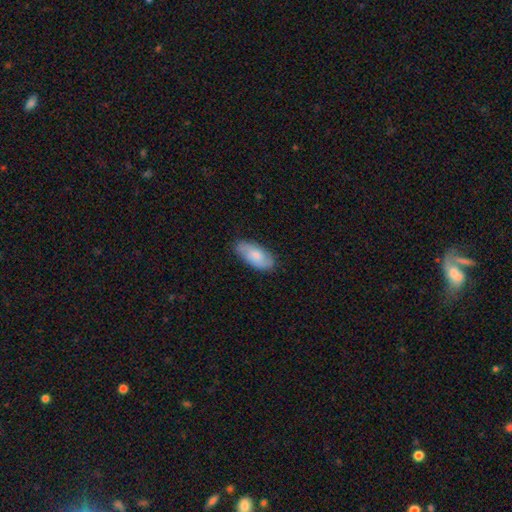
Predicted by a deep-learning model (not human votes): The model was most divided on "smooth or featured": smooth: 72%, featured or disk: 23%, star or artifact: 6%. More confident: how rounded — in between (91%); merging — none (79%).